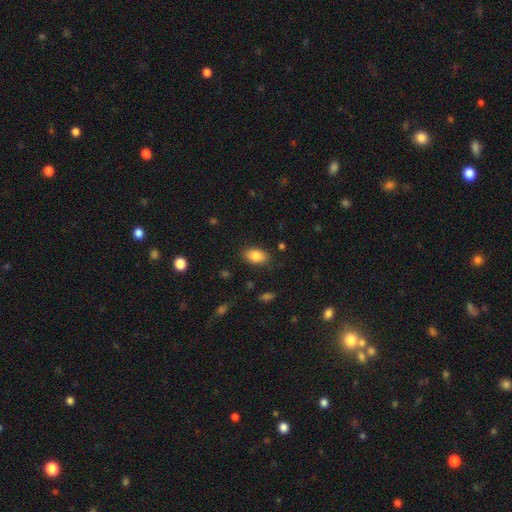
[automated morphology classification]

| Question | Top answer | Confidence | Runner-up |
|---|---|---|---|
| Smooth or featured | smooth | 85% | star or artifact (8%) |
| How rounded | in between | 90% | round (9%) |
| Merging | none | 85% | minor disturbance (11%) |